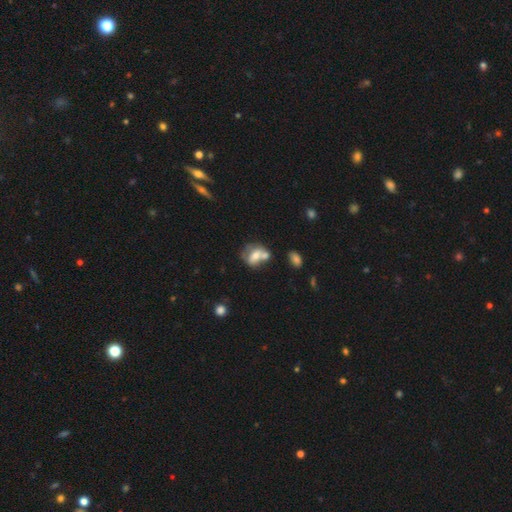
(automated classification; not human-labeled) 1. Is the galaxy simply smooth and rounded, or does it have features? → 56% smooth, 35% featured or disk, 9% star or artifact.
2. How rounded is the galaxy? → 63% in between, 35% round, 2% cigar-shaped.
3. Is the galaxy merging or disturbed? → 47% merger, 28% none, 15% minor disturbance, 9% major disturbance.